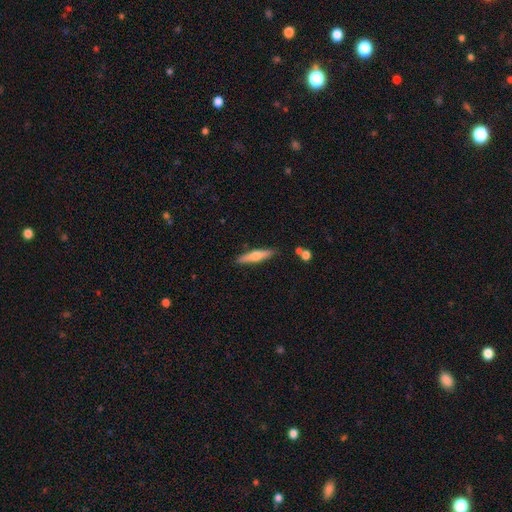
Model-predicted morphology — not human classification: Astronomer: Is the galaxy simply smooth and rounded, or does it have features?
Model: smooth — 54% (runner-up: featured or disk, 40%).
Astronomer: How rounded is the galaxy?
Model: cigar-shaped — 81%.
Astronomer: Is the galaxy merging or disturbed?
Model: none — 87%.